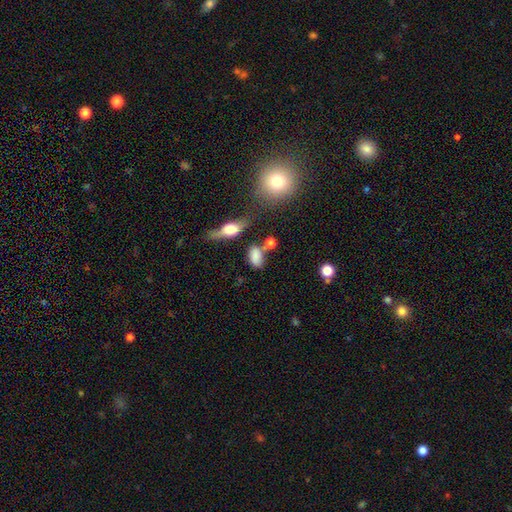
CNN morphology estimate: Smooth or featured: smooth — 78% (star or artifact — 11%)
How rounded: in between — 84% (round — 11%)
Merging: none — 51% (minor disturbance — 20%)